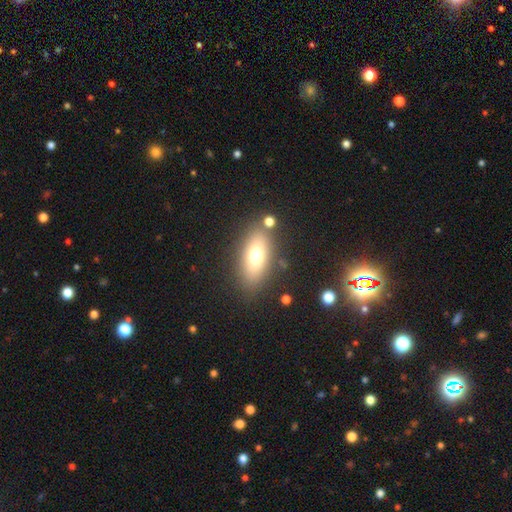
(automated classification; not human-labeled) Smooth or featured? smooth (68%)
How rounded? in between (80%)
Merging? none (80%)